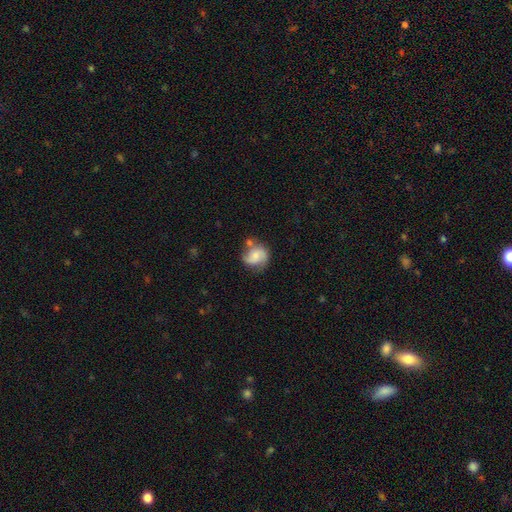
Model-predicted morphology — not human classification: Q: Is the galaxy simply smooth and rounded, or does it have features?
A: featured or disk — 53%.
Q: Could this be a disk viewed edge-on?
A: no — 98%.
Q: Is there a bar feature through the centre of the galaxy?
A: no — 62%.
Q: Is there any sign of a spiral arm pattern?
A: yes — 88%.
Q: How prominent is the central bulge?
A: small — 42%.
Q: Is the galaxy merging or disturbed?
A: none — 53%.